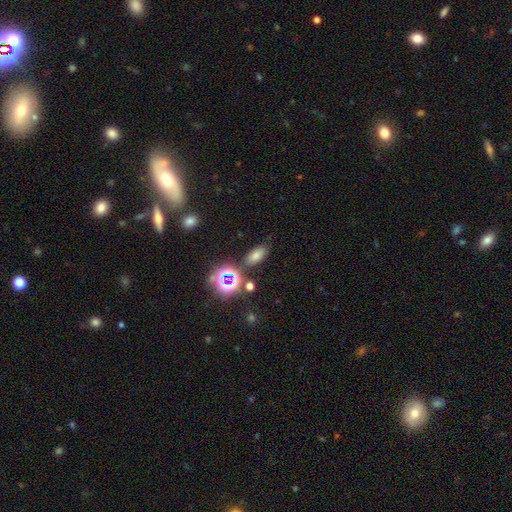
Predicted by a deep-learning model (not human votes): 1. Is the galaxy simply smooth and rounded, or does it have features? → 67% smooth, 25% star or artifact, 9% featured or disk.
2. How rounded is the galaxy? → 87% in between, 9% round, 5% cigar-shaped.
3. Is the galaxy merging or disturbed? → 78% none, 12% minor disturbance, 6% merger, 4% major disturbance.